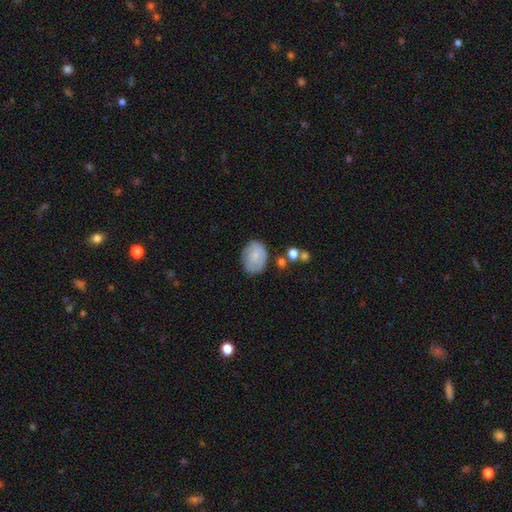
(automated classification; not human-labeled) Overall: smooth (71%). How rounded: in between (68%; round 31%). Merging: none (64%; minor disturbance 25%).